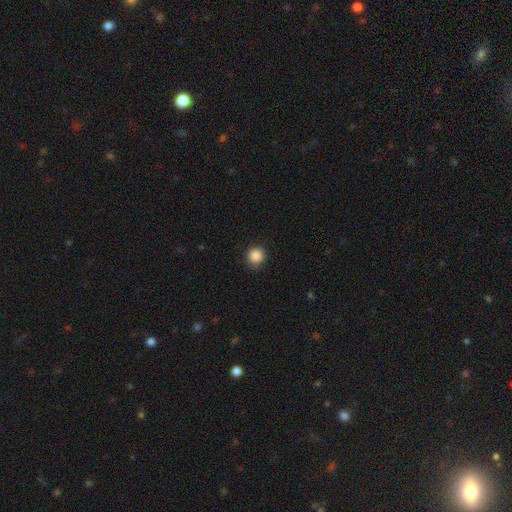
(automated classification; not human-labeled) smooth-or-featured: smooth: 87% | star or artifact: 10% | featured or disk: 3%
  how-rounded: round: 93% | in between: 6% | cigar-shaped: 1%
  merging: none: 89% | minor disturbance: 8% | major disturbance: 2% | merger: 1%